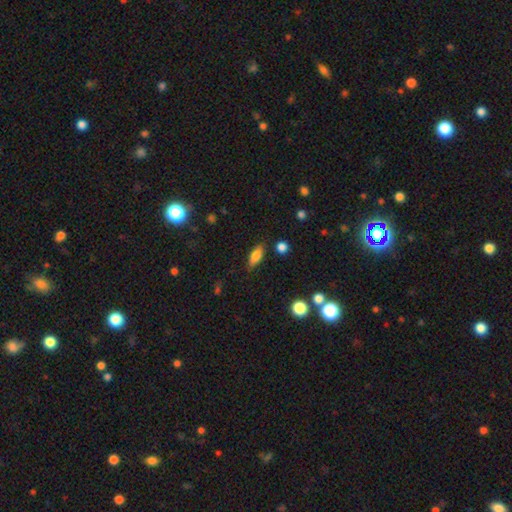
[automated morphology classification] smooth-or-featured: smooth: 75% | featured or disk: 16% | star or artifact: 8%
  how-rounded: in between: 76% | cigar-shaped: 20% | round: 4%
  merging: none: 82% | minor disturbance: 12% | major disturbance: 3% | merger: 2%